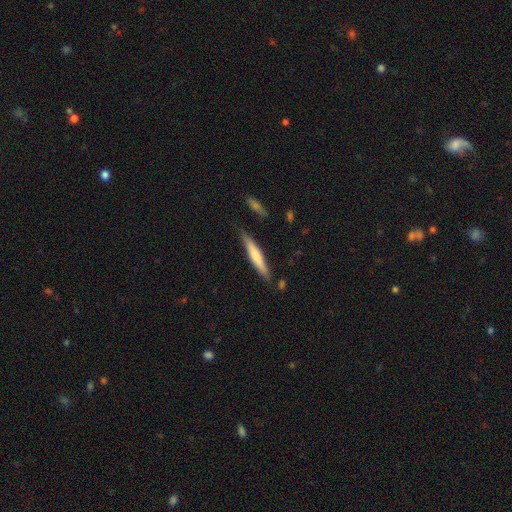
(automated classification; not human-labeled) This appears to be a smooth galaxy with no disk features (64%) that is cigar-shaped (91%). Merging: none (81%).